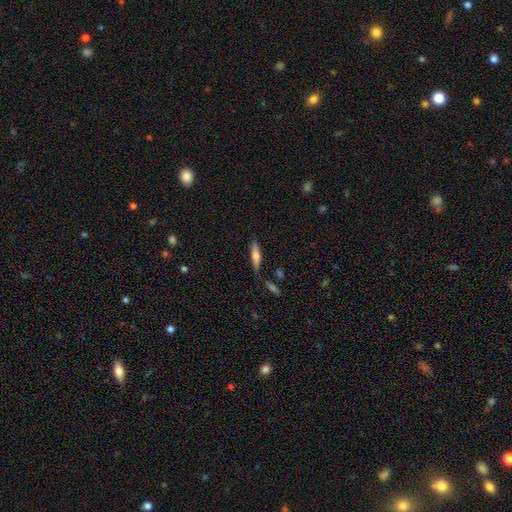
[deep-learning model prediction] Q: Smooth or featured?
A: smooth (66%); runner-up: featured or disk (27%)
Q: How rounded?
A: cigar-shaped (74%); runner-up: in between (24%)
Q: Merging?
A: none (80%); runner-up: minor disturbance (13%)